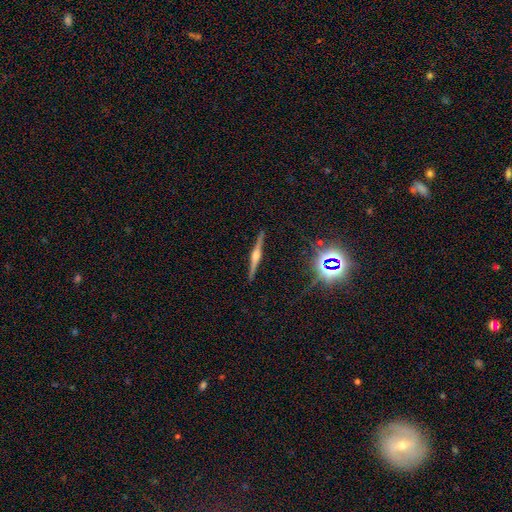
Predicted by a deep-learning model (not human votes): Smooth or featured: featured or disk — 79% (star or artifact — 11%)
Edge-on disk: yes — 98% (no — 2%)
Edge-on bulge: rounded — 88% (boxy — 9%)
Merging: none — 91% (minor disturbance — 7%)